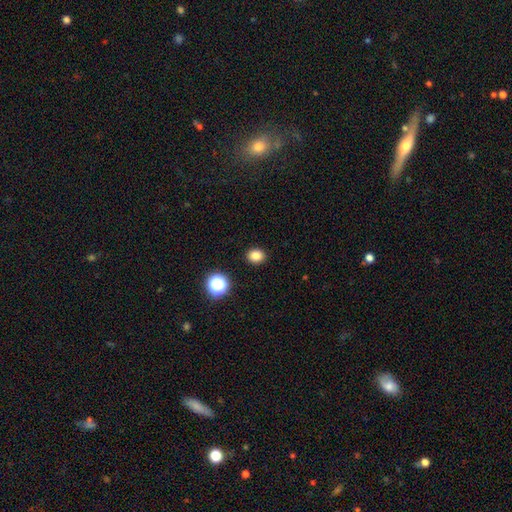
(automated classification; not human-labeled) Smooth or featured? Predicted: smooth (p=0.82). How rounded? Predicted: round (p=0.59). Merging? Predicted: none (p=0.90).